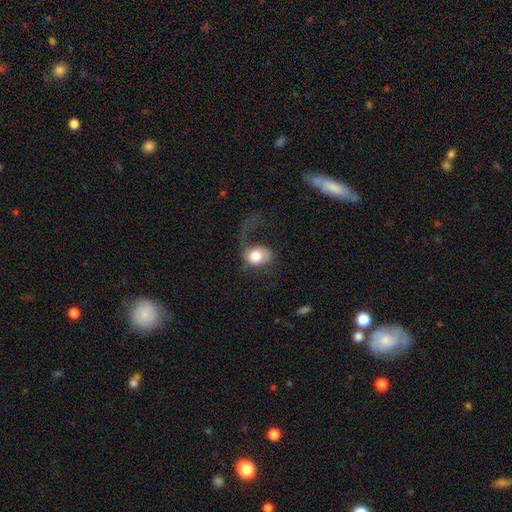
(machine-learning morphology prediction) smooth_or_featured: smooth (p=0.61) [alt: featured or disk p=0.31]
how_rounded: round (p=0.60) [alt: in between p=0.39]
merging: major disturbance (p=0.59) [alt: none p=0.22]